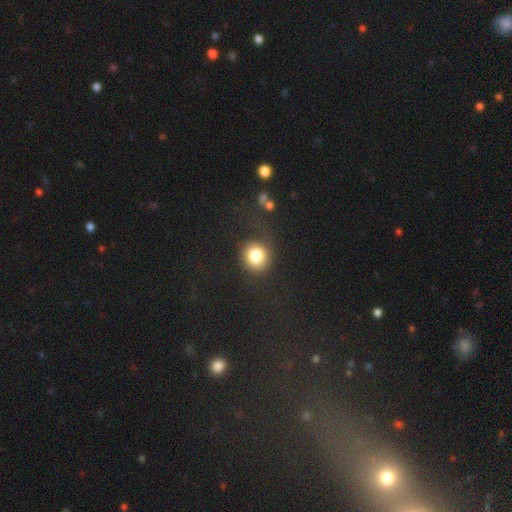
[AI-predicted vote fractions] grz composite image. It shows a smooth galaxy with no disk features (81%) that is round (85%). Merging: none (70%).